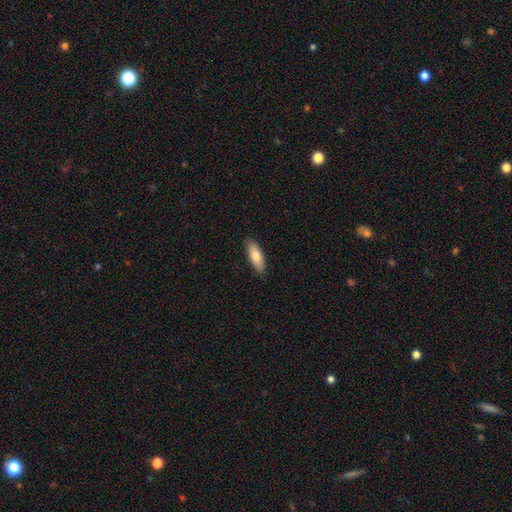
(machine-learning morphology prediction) Smooth or featured?
  - smooth: 76% *
  - featured or disk: 18%
  - star or artifact: 6%
How rounded?
  - in between: 67% *
  - cigar-shaped: 31%
  - round: 2%
Merging?
  - none: 89% *
  - minor disturbance: 9%
  - major disturbance: 2%
  - merger: 1%